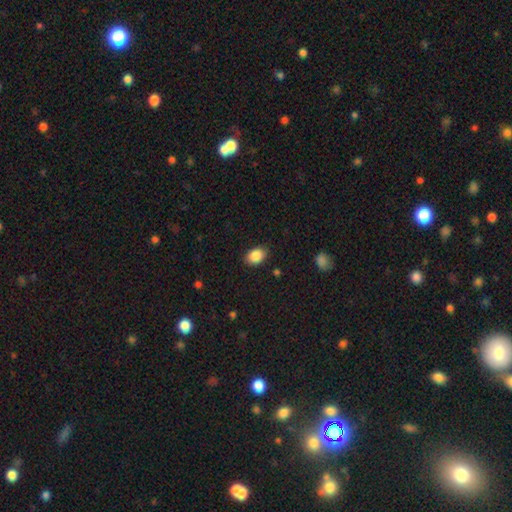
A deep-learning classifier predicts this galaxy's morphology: type=smooth (88%); roundness=in between (77%); merging=none (85%).